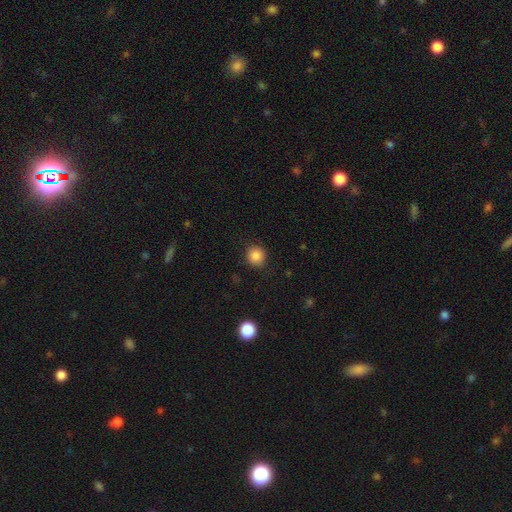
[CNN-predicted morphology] This appears to be a smooth galaxy with no disk features (85%) that is round (92%). Merging: none (90%).